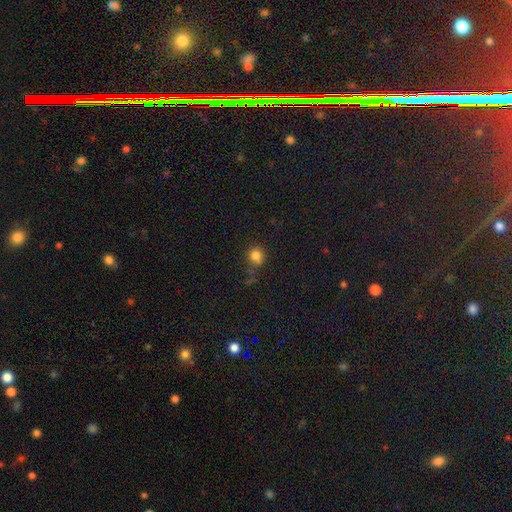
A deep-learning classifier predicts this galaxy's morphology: smooth-or-featured: smooth: 82% | star or artifact: 12% | featured or disk: 5%
  how-rounded: round: 84% | in between: 15% | cigar-shaped: 1%
  merging: none: 67% | minor disturbance: 19% | major disturbance: 9% | merger: 5%